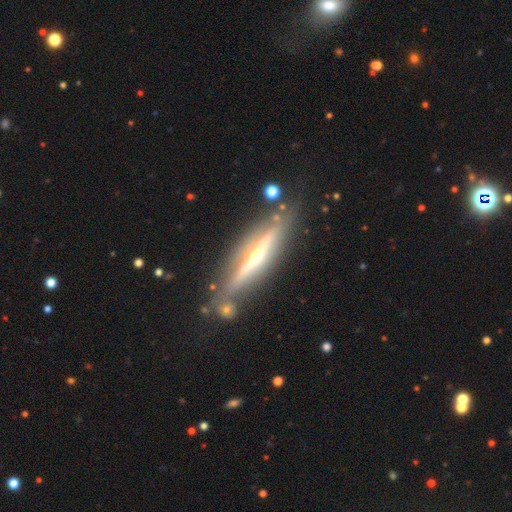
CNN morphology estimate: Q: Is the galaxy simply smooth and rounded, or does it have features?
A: featured or disk — 80%.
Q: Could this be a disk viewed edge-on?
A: yes — 92%.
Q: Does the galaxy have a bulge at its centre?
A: rounded — 88%.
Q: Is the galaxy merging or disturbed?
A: none — 79%.